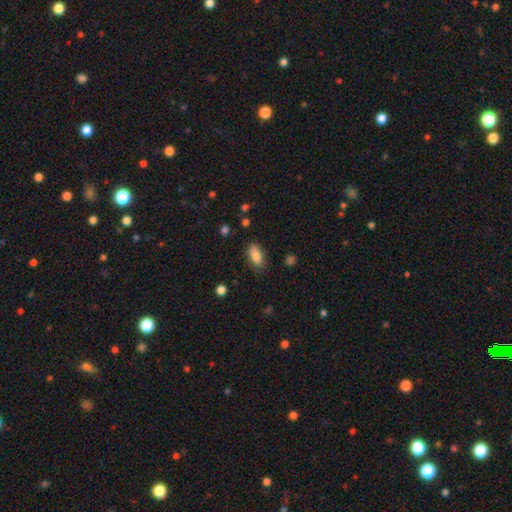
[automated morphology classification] smooth-or-featured: smooth: 81% | featured or disk: 11% | star or artifact: 8%
  how-rounded: in between: 88% | cigar-shaped: 8% | round: 4%
  merging: none: 76% | minor disturbance: 18% | major disturbance: 4% | merger: 2%